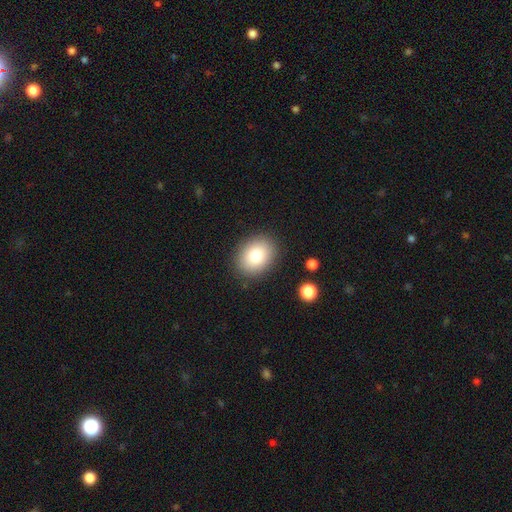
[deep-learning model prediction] Morphology: type=smooth (82%); roundness=in between (57%); merging=none (88%).